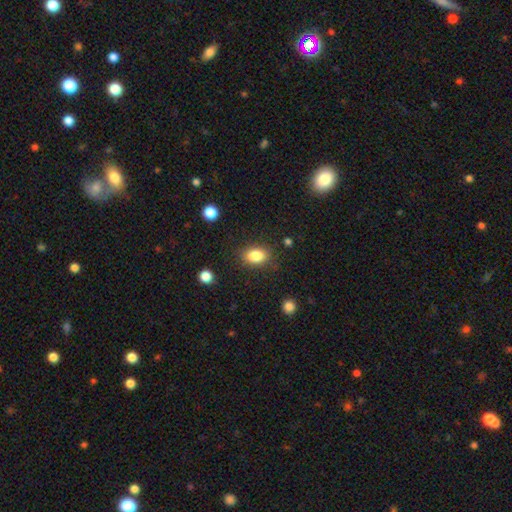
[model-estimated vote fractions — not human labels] The model was most divided on "how rounded": in between: 82%, round: 16%, cigar-shaped: 2%. More confident: smooth or featured — smooth (85%); merging — none (83%).